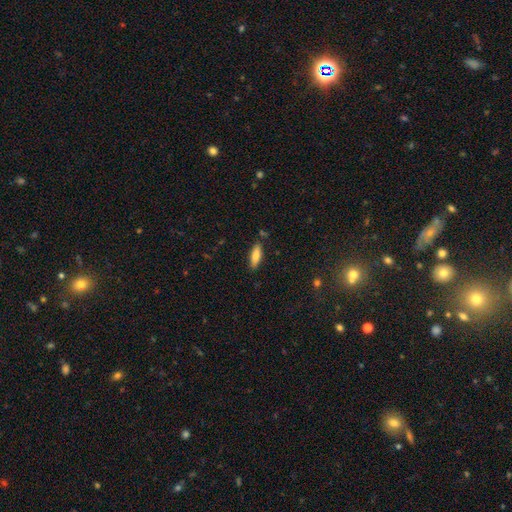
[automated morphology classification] Overall: smooth (79%). How rounded: in between (57%; cigar-shaped 41%). Merging: none (84%).